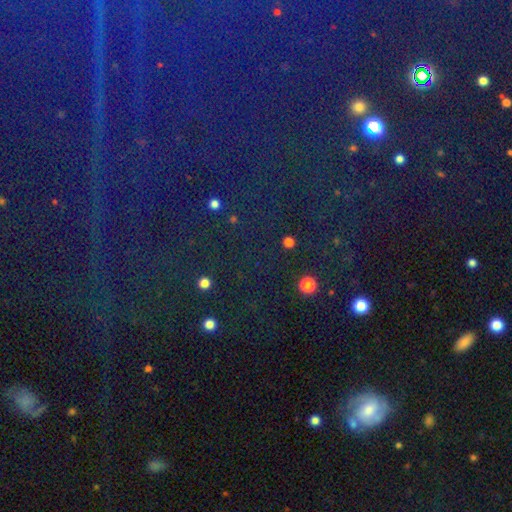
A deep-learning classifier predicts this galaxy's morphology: Q: Smooth or featured?
A: star or artifact (77%); runner-up: smooth (13%)